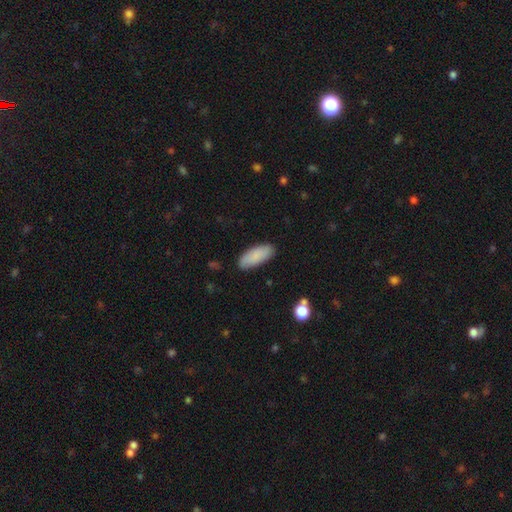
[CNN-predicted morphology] A smooth galaxy with no disk features (87%) that is in between round and cigar-shaped (79%). Merging: none (86%).